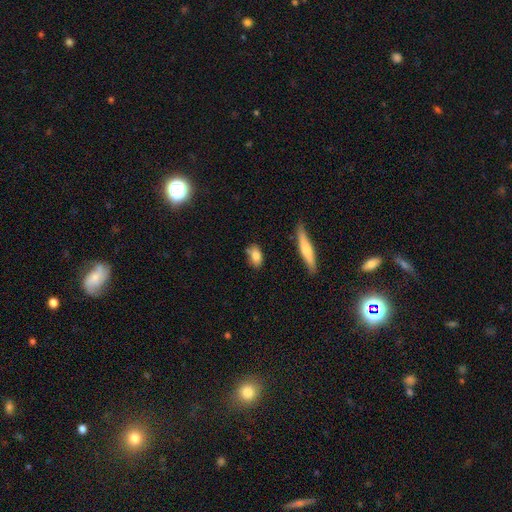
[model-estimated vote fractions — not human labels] Overall: smooth (79%). How rounded: in between (80%). Merging: none (70%).